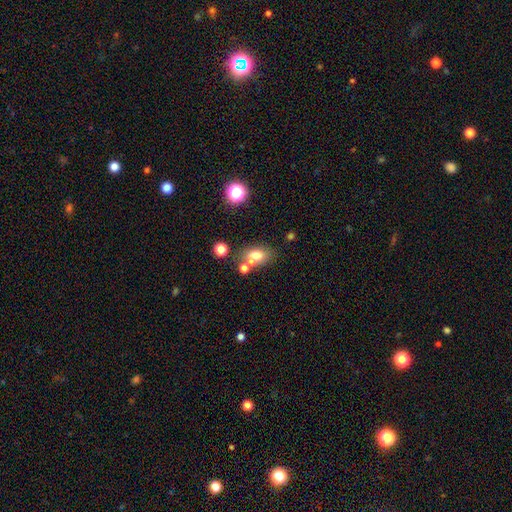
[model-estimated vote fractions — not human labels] smooth-or-featured: smooth: 70% | featured or disk: 16% | star or artifact: 14%
  how-rounded: in between: 71% | round: 26% | cigar-shaped: 2%
  merging: none: 55% | merger: 28% | minor disturbance: 13% | major disturbance: 5%